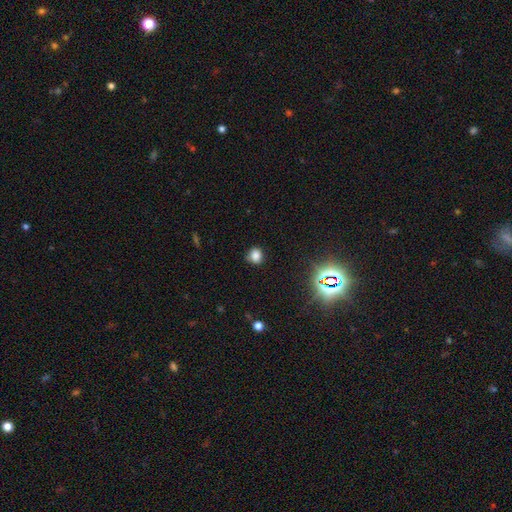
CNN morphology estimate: smooth-or-featured: smooth: 78% | star or artifact: 16% | featured or disk: 6%
  how-rounded: round: 71% | in between: 28% | cigar-shaped: 1%
  merging: none: 76% | minor disturbance: 18% | major disturbance: 4% | merger: 2%